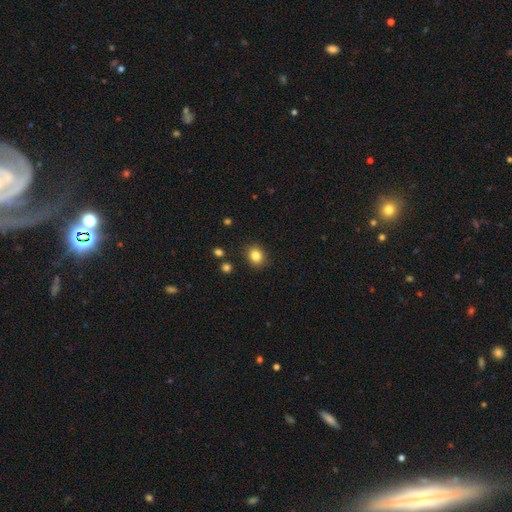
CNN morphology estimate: This appears to be a smooth galaxy with no disk features (84%) that is round (66%). Merging: none (88%).